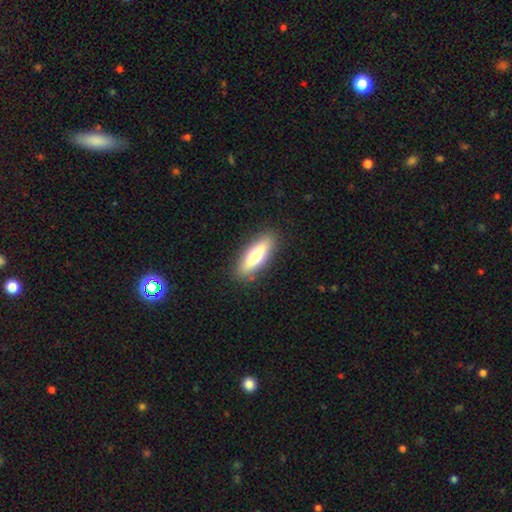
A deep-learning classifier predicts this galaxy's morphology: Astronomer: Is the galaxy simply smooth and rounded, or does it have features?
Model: smooth — 62%.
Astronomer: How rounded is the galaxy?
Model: cigar-shaped — 51% (runner-up: in between, 47%).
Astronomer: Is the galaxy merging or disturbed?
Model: none — 89%.